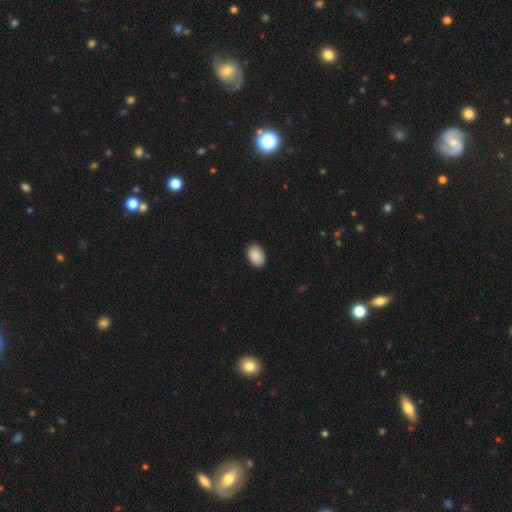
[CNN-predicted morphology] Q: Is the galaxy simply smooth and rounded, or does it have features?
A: smooth — 90%.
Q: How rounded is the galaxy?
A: in between — 85%.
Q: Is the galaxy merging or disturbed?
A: none — 88%.